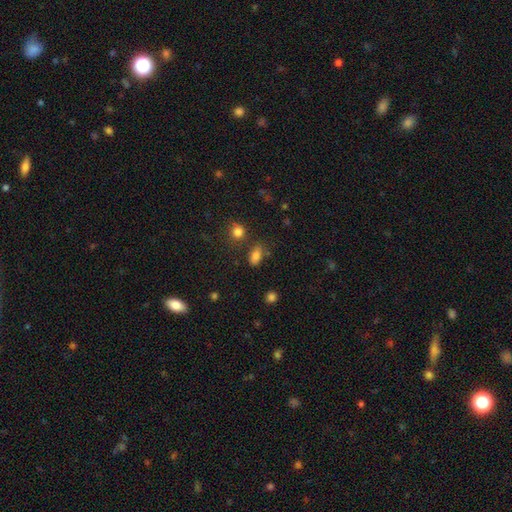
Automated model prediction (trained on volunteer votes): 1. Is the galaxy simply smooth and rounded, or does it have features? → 81% smooth, 12% star or artifact, 6% featured or disk.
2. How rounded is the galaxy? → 84% in between, 12% round, 4% cigar-shaped.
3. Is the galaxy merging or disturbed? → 69% none, 18% minor disturbance, 8% merger, 6% major disturbance.